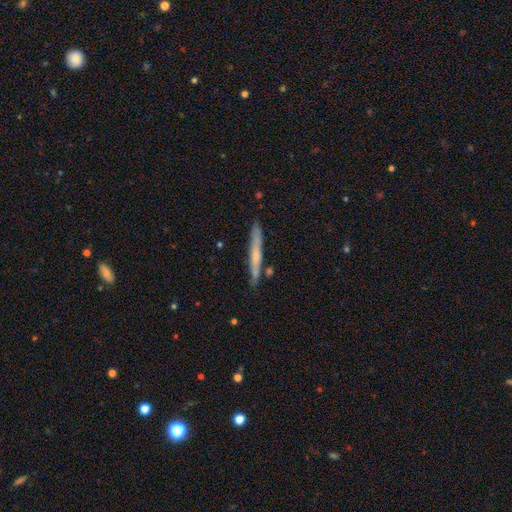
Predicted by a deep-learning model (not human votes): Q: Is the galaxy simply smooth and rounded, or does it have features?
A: featured or disk — 47%, tied with smooth.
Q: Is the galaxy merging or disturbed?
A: none — 83%.